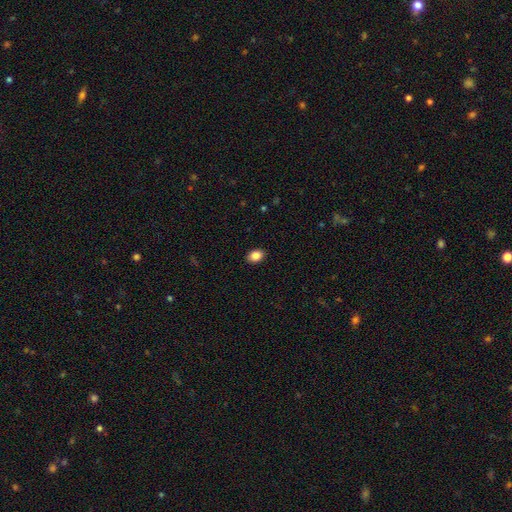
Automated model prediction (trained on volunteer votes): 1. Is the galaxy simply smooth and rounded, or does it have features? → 86% smooth, 9% star or artifact, 5% featured or disk.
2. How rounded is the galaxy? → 75% in between, 24% round, 1% cigar-shaped.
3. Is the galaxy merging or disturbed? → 90% none, 7% minor disturbance, 2% major disturbance, 1% merger.